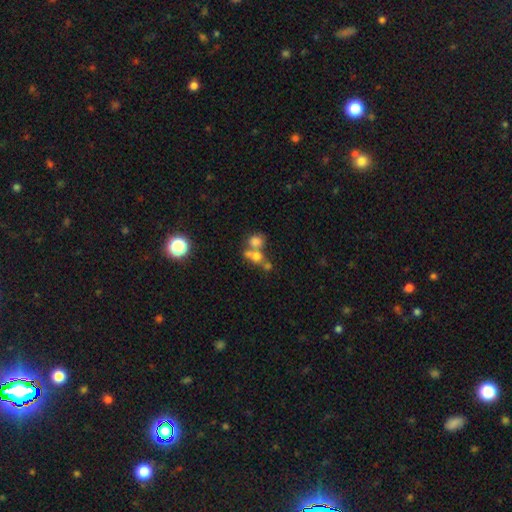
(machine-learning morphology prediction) smooth 61%, featured or disk 23%, star or artifact 16%. Down the decision tree: how rounded — round (53%); merging — merger (56%).